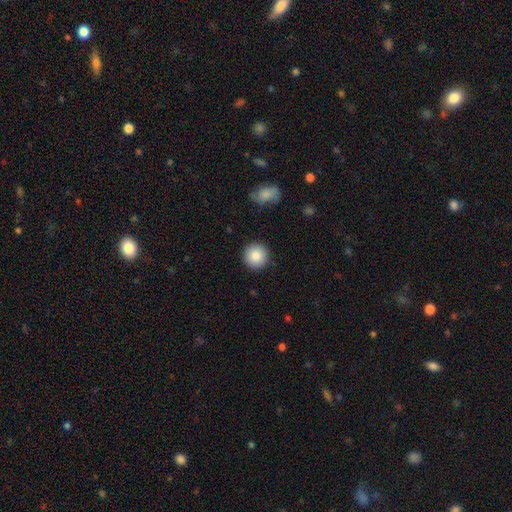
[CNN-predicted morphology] Smooth or featured? Predicted: smooth (p=0.86). How rounded? Predicted: round (p=0.95). Merging? Predicted: none (p=0.91).